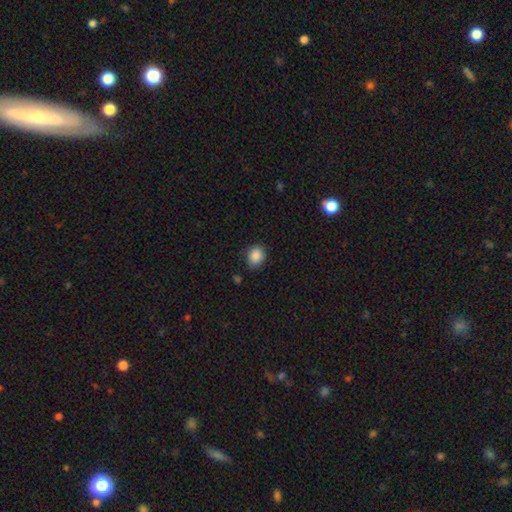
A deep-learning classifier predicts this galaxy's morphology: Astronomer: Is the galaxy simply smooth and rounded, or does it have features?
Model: smooth — 88%.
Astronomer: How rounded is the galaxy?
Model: round — 70%.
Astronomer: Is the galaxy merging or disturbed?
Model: none — 82%.